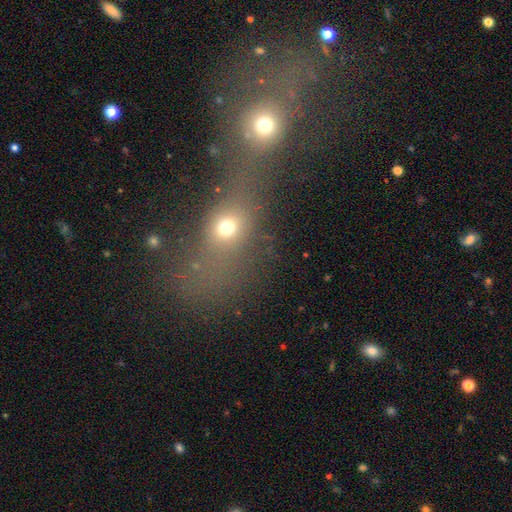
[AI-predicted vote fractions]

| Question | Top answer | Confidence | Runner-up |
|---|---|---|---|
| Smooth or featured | smooth | 53% | star or artifact (28%) |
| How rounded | round | 57% | in between (38%) |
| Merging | merger | 79% | none (11%) |